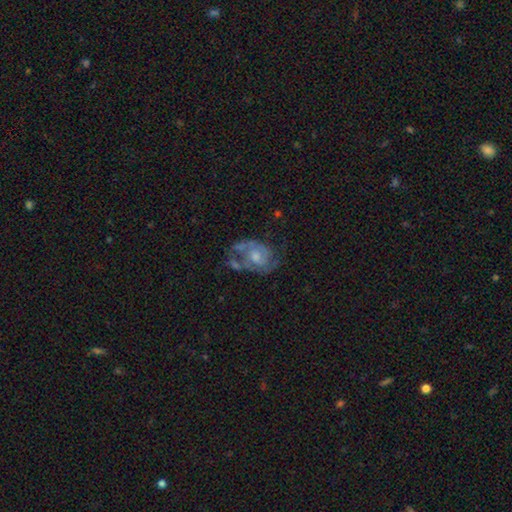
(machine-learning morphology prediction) Smooth or featured? Predicted: featured or disk (p=0.77). Edge-on disk? Predicted: no (p=0.97). Bar? Predicted: no (p=0.68). Spiral arms? Predicted: yes (p=0.85). Spiral winding? Predicted: medium (p=0.47). Spiral arm count? Predicted: 2 (p=0.63). Bulge size? Predicted: moderate (p=0.56). Merging? Predicted: none (p=0.48).